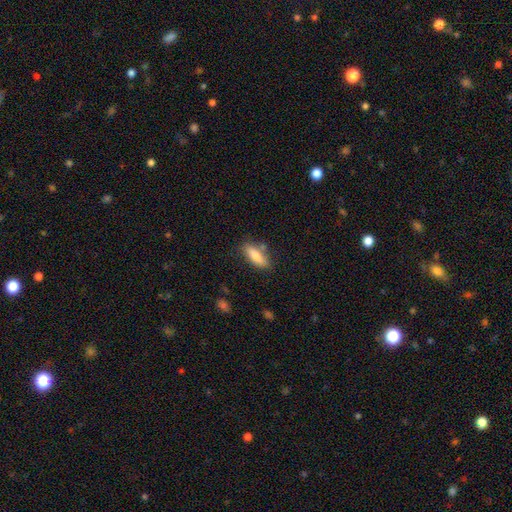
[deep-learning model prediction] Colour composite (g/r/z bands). It shows a smooth galaxy with no disk features (76%) that is in between round and cigar-shaped (64%). Merging: none (72%).